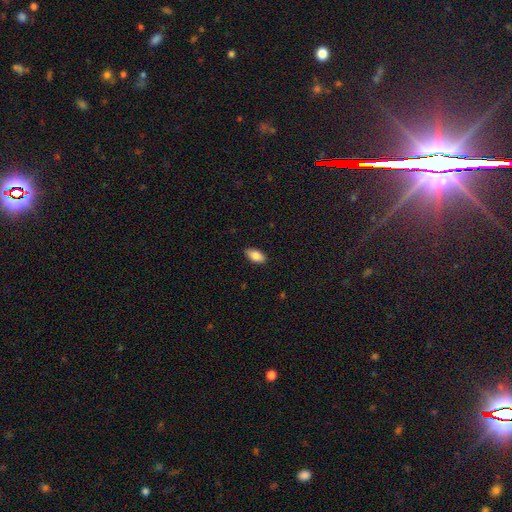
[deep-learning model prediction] A smooth galaxy with no disk features (85%) that is in between round and cigar-shaped (92%).

Vote fractions:
- Smooth or featured? smooth: 85% / featured or disk: 8% / star or artifact: 7%
- How rounded? in between: 92% / cigar-shaped: 5% / round: 3%
- Merging? none: 88% / minor disturbance: 10% / major disturbance: 2% / merger: 1%